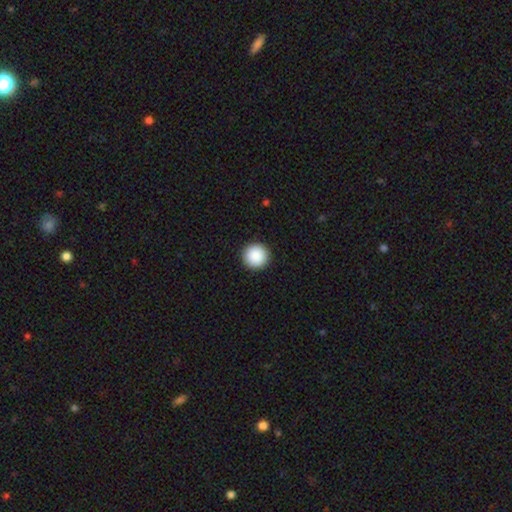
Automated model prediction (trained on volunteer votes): smooth 89%, star or artifact 8%, featured or disk 3%. Down the decision tree: how rounded — round (96%); merging — none (94%).